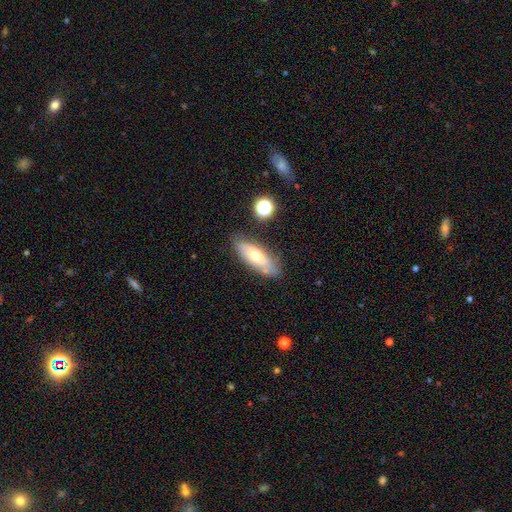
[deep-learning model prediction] A smooth galaxy with no disk features (57%) that is in between round and cigar-shaped (65%).

Vote fractions:
- Smooth or featured? smooth: 57% / featured or disk: 35% / star or artifact: 8%
- How rounded? in between: 65% / cigar-shaped: 32% / round: 3%
- Merging? none: 75% / minor disturbance: 17% / merger: 4% / major disturbance: 4%